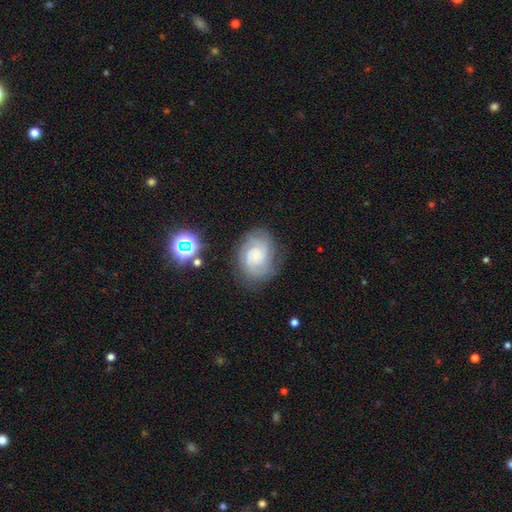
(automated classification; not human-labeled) Overall: featured or disk (76%). Edge-on disk: no (98%). Bar: no (70%). Spiral arms: yes (96%). Spiral arm count: 2 (38%; can't tell 24%). Spiral winding: tight (61%; medium 32%). Bulge size: small (69%). Merging: none (75%).